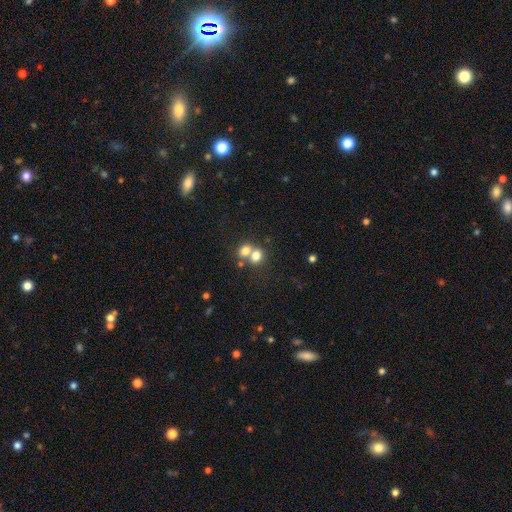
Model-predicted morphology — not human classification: Smooth or featured: smooth — 75% (featured or disk — 14%)
How rounded: round — 59% (in between — 40%)
Merging: merger — 60% (none — 31%)